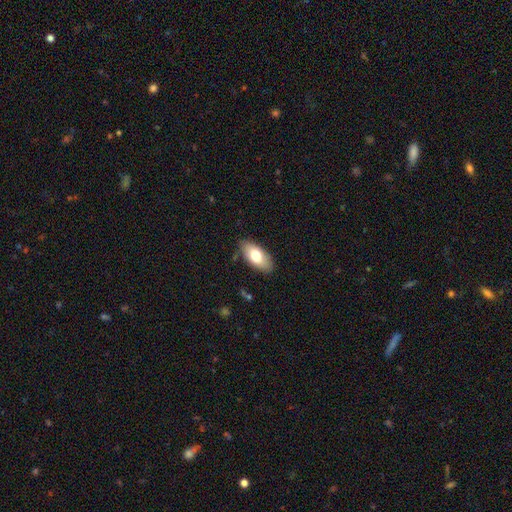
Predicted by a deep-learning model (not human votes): Smooth or featured?
  - smooth: 73% *
  - featured or disk: 20%
  - star or artifact: 6%
How rounded?
  - in between: 91% *
  - cigar-shaped: 6%
  - round: 3%
Merging?
  - none: 84% *
  - minor disturbance: 12%
  - major disturbance: 2%
  - merger: 1%